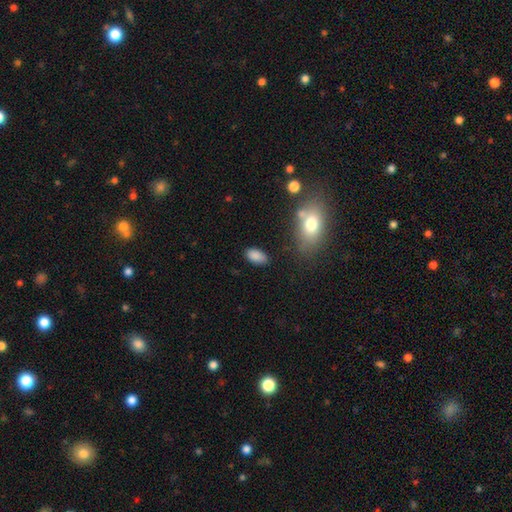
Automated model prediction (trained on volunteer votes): Smooth or featured? Predicted: smooth (p=0.86). How rounded? Predicted: in between (p=0.93). Merging? Predicted: none (p=0.83).